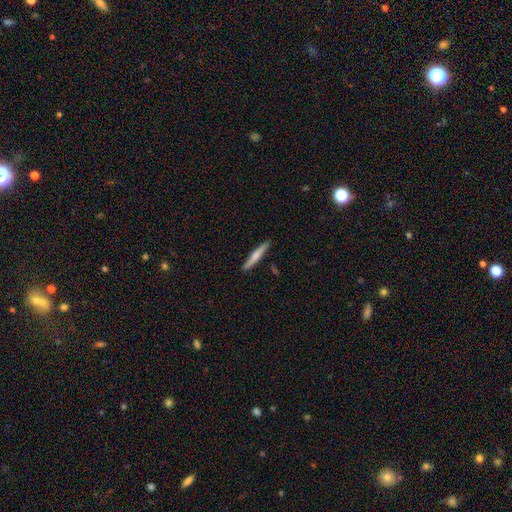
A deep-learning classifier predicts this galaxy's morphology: Smooth or featured? smooth (61%)
How rounded? cigar-shaped (94%)
Merging? none (88%)